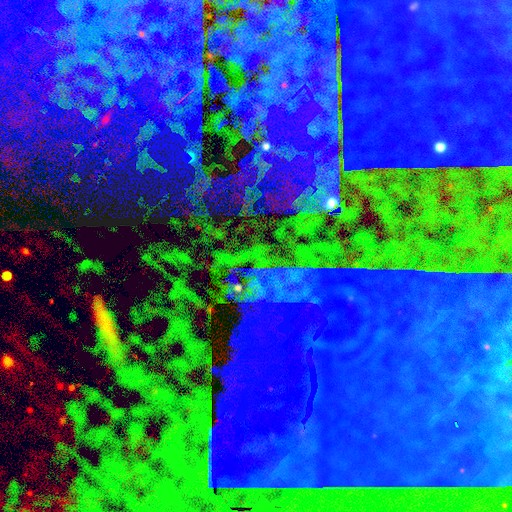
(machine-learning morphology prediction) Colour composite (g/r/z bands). It shows a star or artifact, not a galaxy (82%).